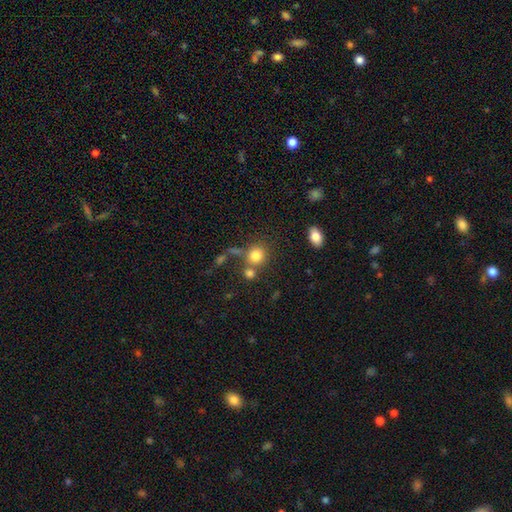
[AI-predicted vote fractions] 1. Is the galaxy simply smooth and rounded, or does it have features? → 80% smooth, 12% star or artifact, 8% featured or disk.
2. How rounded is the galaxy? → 82% round, 17% in between, 1% cigar-shaped.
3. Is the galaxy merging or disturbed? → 59% none, 24% merger, 10% minor disturbance, 6% major disturbance.